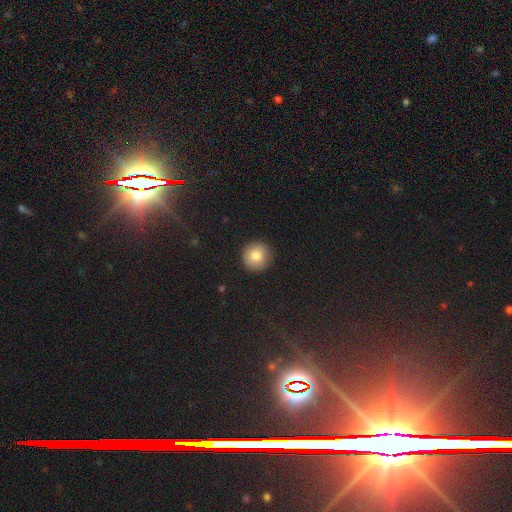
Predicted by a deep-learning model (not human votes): Smooth or featured? smooth (82%)
How rounded? round (95%)
Merging? none (90%)